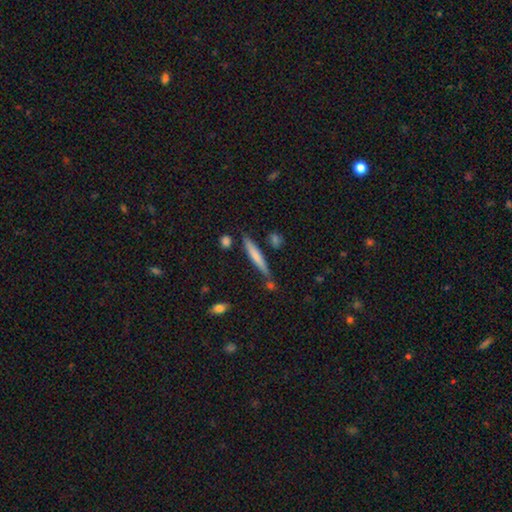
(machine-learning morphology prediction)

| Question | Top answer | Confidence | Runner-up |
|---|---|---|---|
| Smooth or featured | smooth | 62% | featured or disk (32%) |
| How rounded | cigar-shaped | 93% | in between (5%) |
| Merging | none | 76% | minor disturbance (14%) |